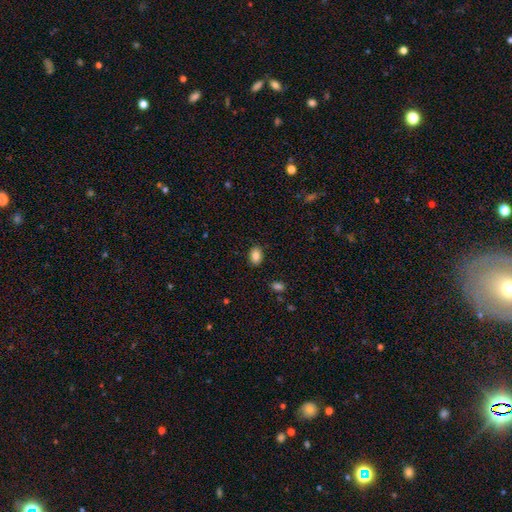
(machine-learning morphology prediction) Smooth or featured? smooth (86%)
How rounded? in between (82%)
Merging? none (87%)